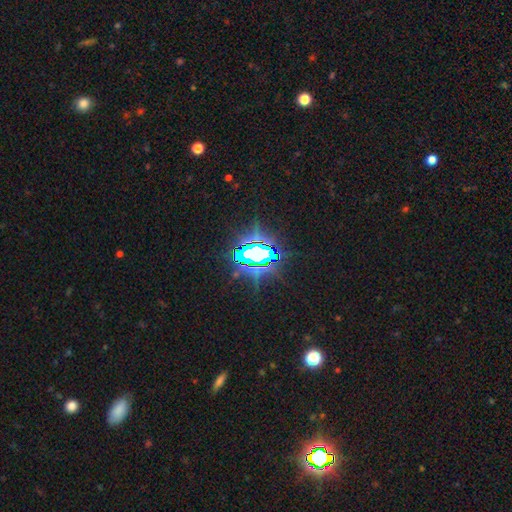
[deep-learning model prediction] Overall: star or artifact (76%).